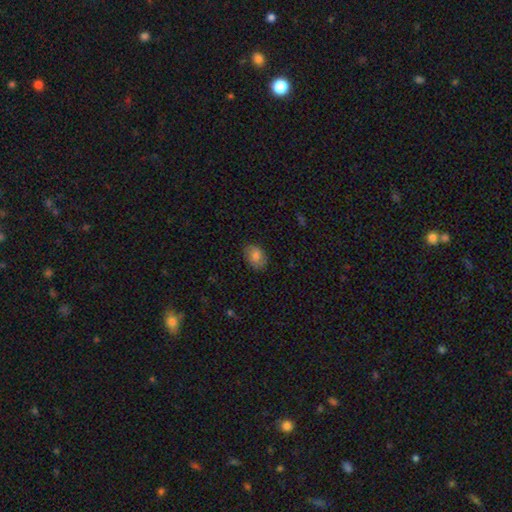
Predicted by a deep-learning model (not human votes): smooth-or-featured: smooth: 80% | featured or disk: 12% | star or artifact: 8%
  how-rounded: in between: 71% | round: 28% | cigar-shaped: 1%
  merging: none: 81% | minor disturbance: 15% | major disturbance: 3% | merger: 1%